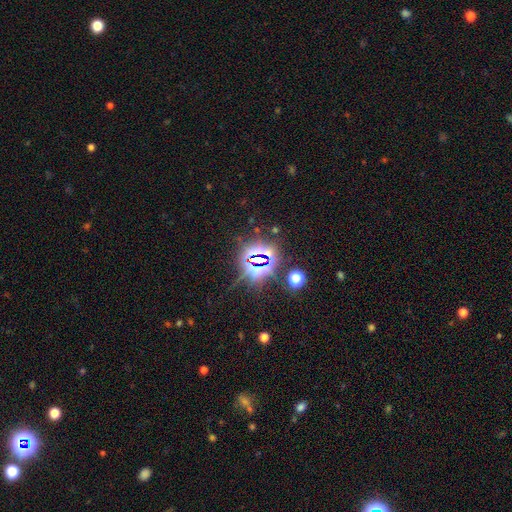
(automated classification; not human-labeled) Smooth or featured? star or artifact (80%)